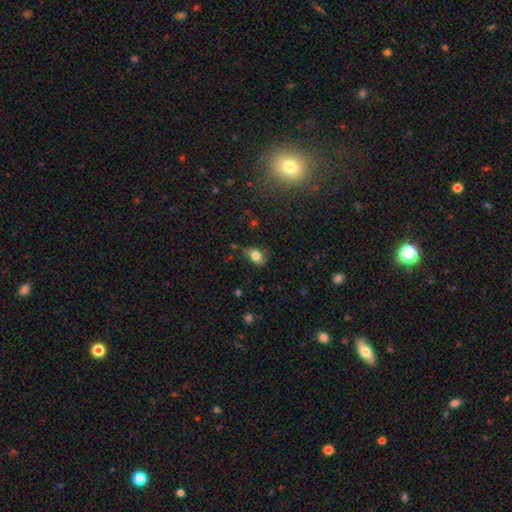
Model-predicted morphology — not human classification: Q: Smooth or featured?
A: smooth (77%); runner-up: featured or disk (14%)
Q: How rounded?
A: in between (76%); runner-up: round (22%)
Q: Merging?
A: none (57%); runner-up: minor disturbance (31%)